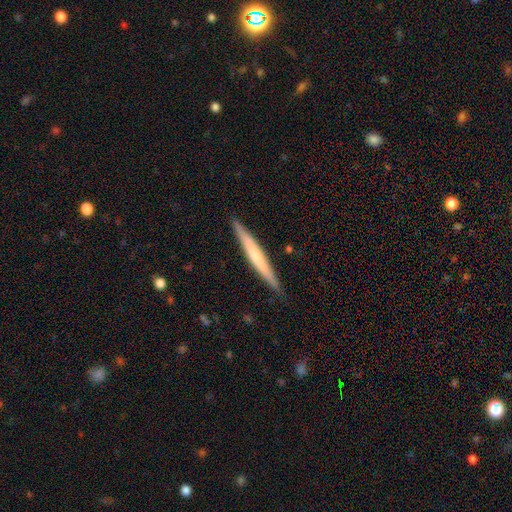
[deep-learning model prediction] Smooth or featured?
  - smooth: 51% *
  - featured or disk: 44%
  - star or artifact: 5%
How rounded?
  - cigar-shaped: 96% *
  - in between: 3%
  - round: 1%
Merging?
  - none: 90% *
  - minor disturbance: 8%
  - major disturbance: 1%
  - merger: 1%